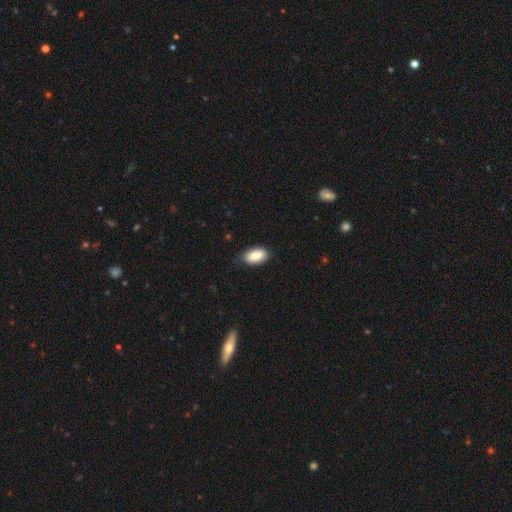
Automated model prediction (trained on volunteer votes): The model was most divided on "merging": none: 80%, minor disturbance: 16%, major disturbance: 3%, merger: 1%. More confident: how rounded — in between (93%); smooth or featured — smooth (86%).